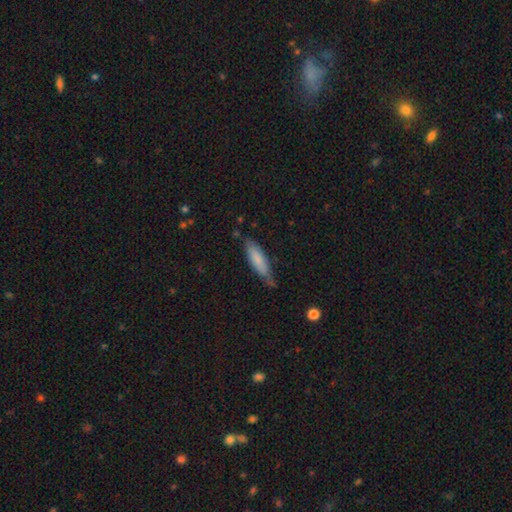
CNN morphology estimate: Smooth or featured: smooth — 72% (featured or disk — 22%)
How rounded: cigar-shaped — 70% (in between — 29%)
Merging: none — 67% (minor disturbance — 26%)